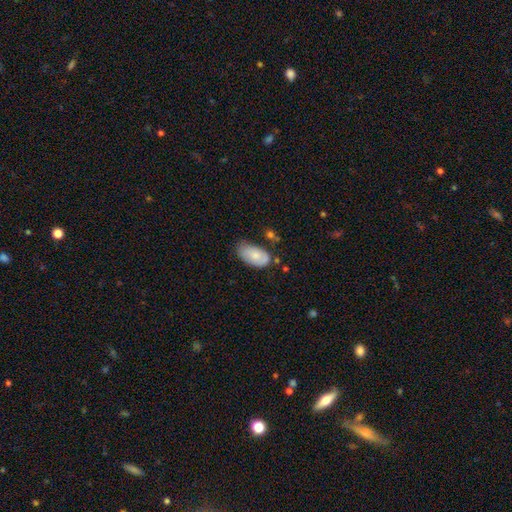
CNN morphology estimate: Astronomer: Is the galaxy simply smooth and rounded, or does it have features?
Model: smooth — 76%.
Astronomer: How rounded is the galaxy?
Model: in between — 94%.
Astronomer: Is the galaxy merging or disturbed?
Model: none — 50% (runner-up: minor disturbance, 36%).